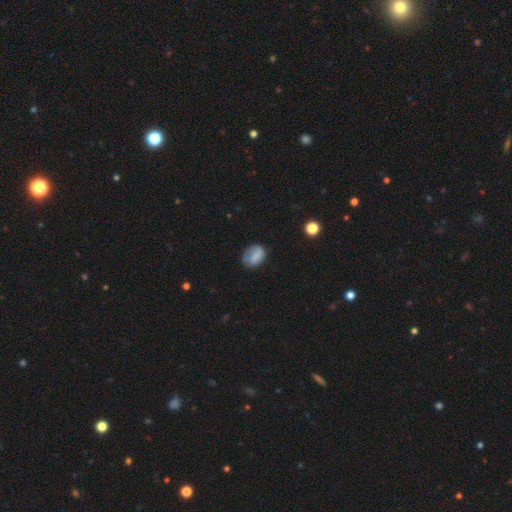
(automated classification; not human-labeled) Smooth or featured? Predicted: smooth (p=0.71). How rounded? Predicted: in between (p=0.69). Merging? Predicted: none (p=0.60).